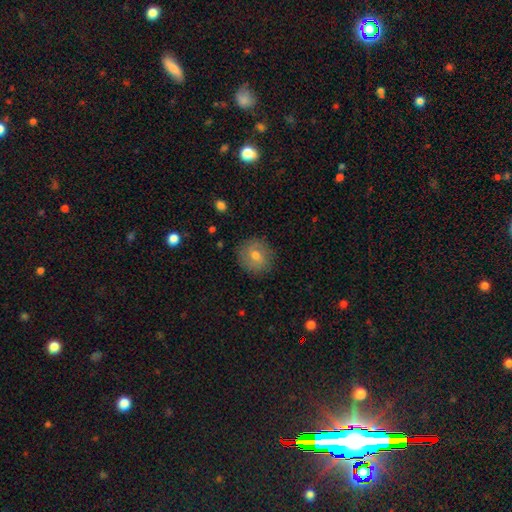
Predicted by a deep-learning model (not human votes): The model was most divided on "smooth or featured": smooth: 67%, featured or disk: 21%, star or artifact: 11%. More confident: how rounded — round (88%); merging — none (88%).